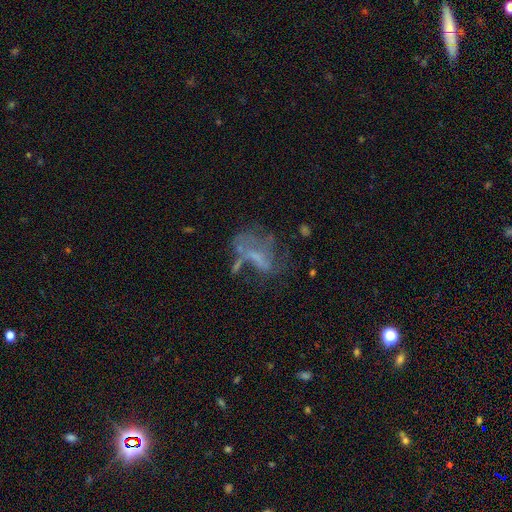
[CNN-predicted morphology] Smooth or featured?
  - featured or disk: 55% *
  - smooth: 26%
  - star or artifact: 19%
Edge-on disk?
  - no: 96% *
  - yes: 4%
Bar?
  - no: 68% *
  - weak: 22%
  - strong: 9%
Spiral arms?
  - no: 75% *
  - yes: 25%
Bulge size?
  - none: 65% *
  - small: 19%
  - moderate: 12%
  - large: 3%
  - dominant: 1%
Merging?
  - major disturbance: 41% *
  - none: 29%
  - minor disturbance: 16%
  - merger: 14%